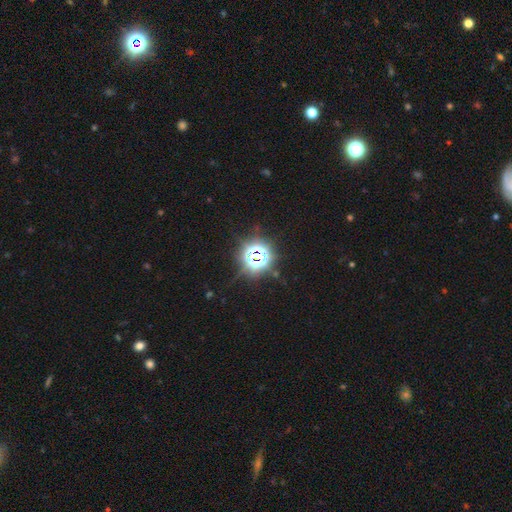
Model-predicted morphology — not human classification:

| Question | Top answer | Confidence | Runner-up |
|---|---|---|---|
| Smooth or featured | star or artifact | 78% | smooth (14%) |